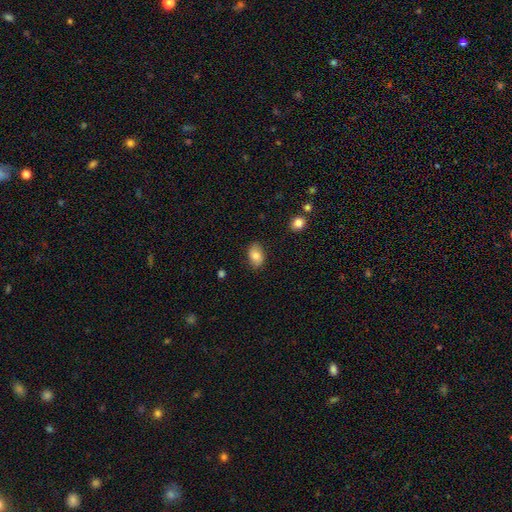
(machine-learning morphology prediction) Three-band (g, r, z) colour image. It shows a smooth galaxy with no disk features (81%) that is in between round and cigar-shaped (85%). Merging: none (83%).